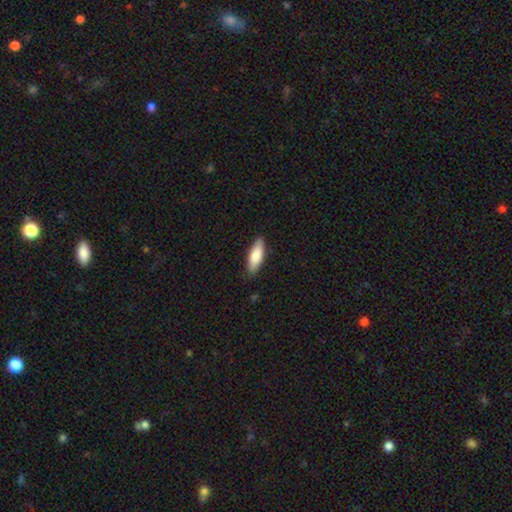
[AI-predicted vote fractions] This appears to be a smooth galaxy with no disk features (81%) that is in between round and cigar-shaped (60%). Merging: none (85%).